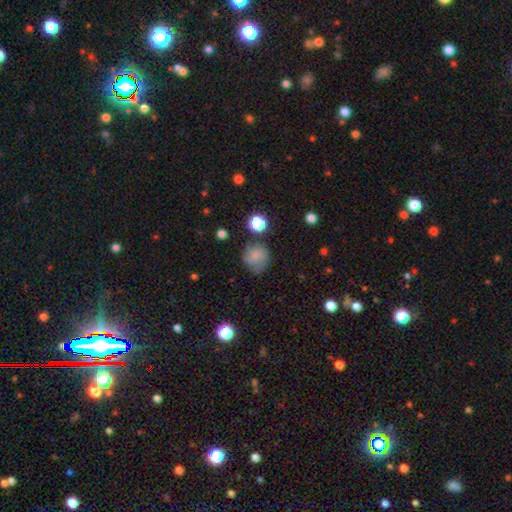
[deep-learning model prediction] smooth-or-featured: smooth: 73% | featured or disk: 16% | star or artifact: 11%
  how-rounded: round: 85% | in between: 14% | cigar-shaped: 1%
  merging: none: 60% | minor disturbance: 26% | major disturbance: 9% | merger: 4%